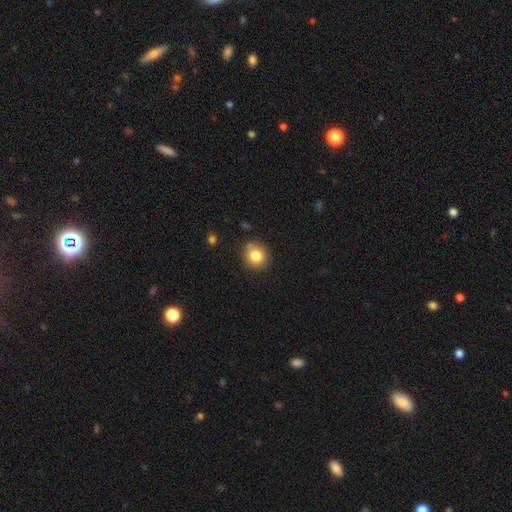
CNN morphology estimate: A smooth galaxy with no disk features (82%) that is round (83%). Merging: none (77%).